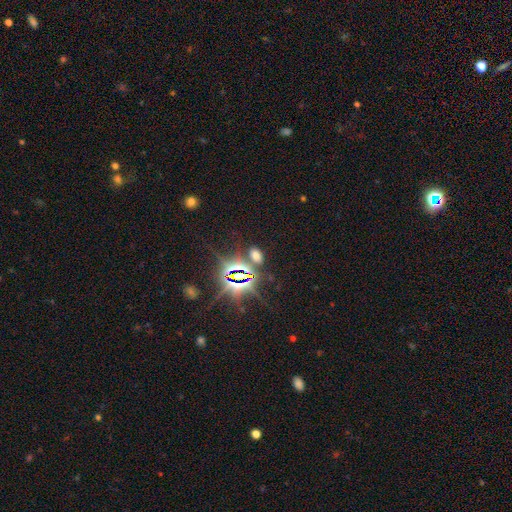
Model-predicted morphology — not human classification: smooth-or-featured: star or artifact: 46% | smooth: 45% | featured or disk: 8%